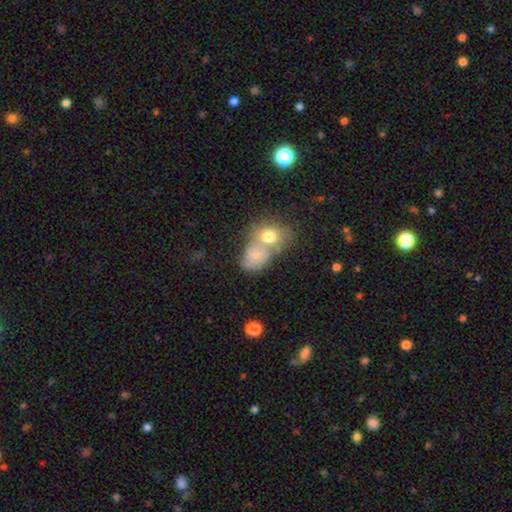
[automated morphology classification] Q: Smooth or featured?
A: smooth (68%); runner-up: featured or disk (21%)
Q: How rounded?
A: in between (61%); runner-up: round (38%)
Q: Merging?
A: merger (60%); runner-up: none (24%)